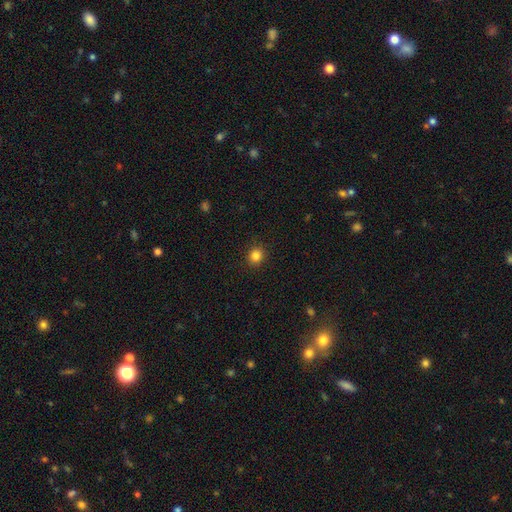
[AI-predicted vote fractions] Morphology: type=smooth (84%); roundness=round (85%); merging=none (91%).